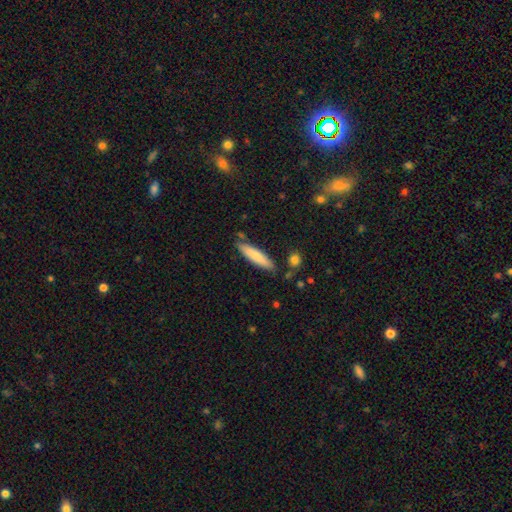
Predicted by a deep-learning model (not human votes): Smooth or featured? smooth (80%)
How rounded? cigar-shaped (79%)
Merging? none (82%)